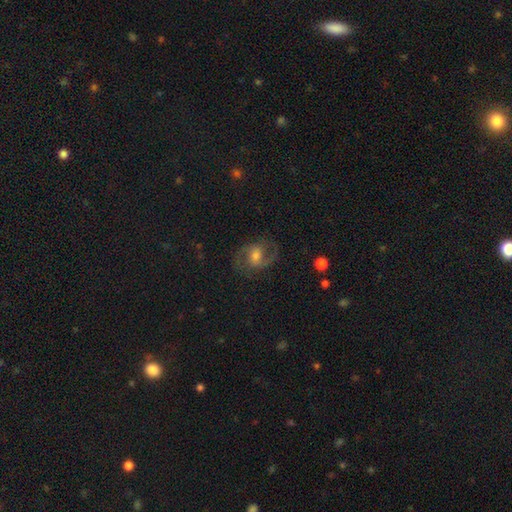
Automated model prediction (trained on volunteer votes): Morphology: type=featured or disk (77%); edge-on=no (97%); bar=weak (49%); spiral arms=yes (94%); winding=medium (58%); arm count=2 (89%); bulge=moderate (54%); merging=none (75%).